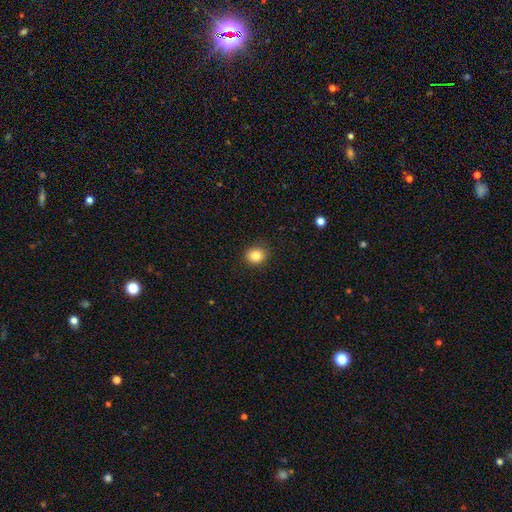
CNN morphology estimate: Overall: smooth (85%). How rounded: round (70%; in between 30%). Merging: none (90%).